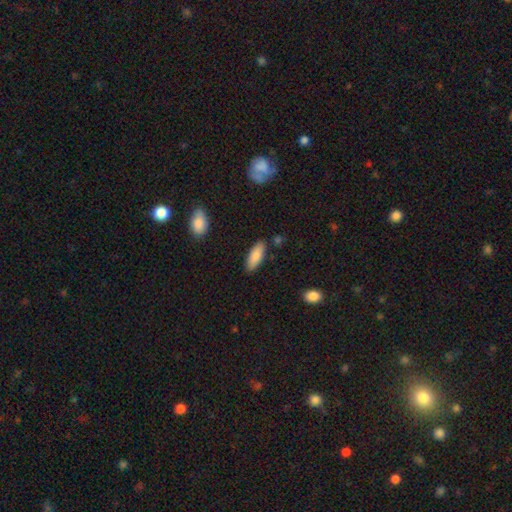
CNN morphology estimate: This appears to be a smooth galaxy with no disk features (86%) that is in between round and cigar-shaped (75%). Merging: none (85%).